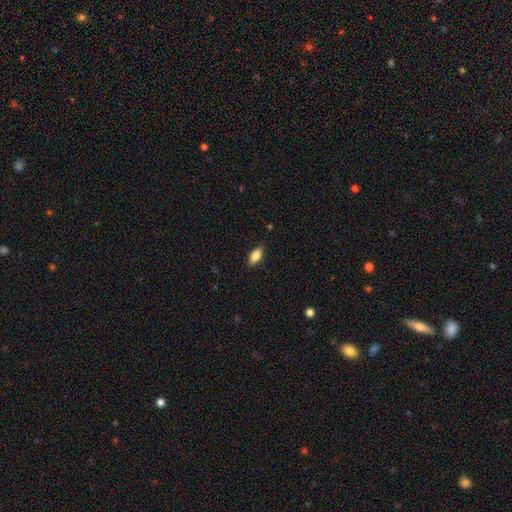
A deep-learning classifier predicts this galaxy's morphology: Smooth or featured?
  - smooth: 79% *
  - featured or disk: 14%
  - star or artifact: 7%
How rounded?
  - in between: 85% *
  - cigar-shaped: 12%
  - round: 3%
Merging?
  - none: 85% *
  - minor disturbance: 11%
  - major disturbance: 2%
  - merger: 1%